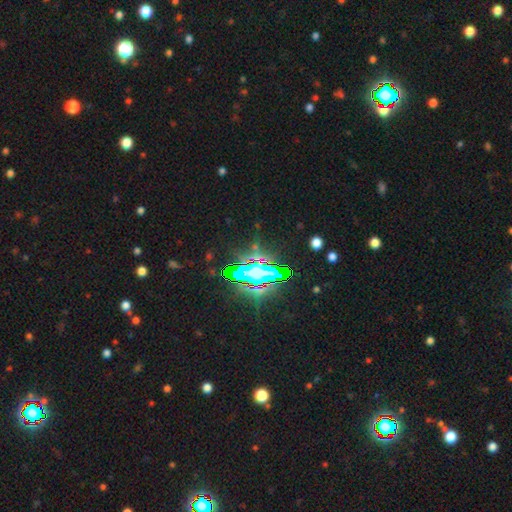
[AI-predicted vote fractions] This appears to be a star or artifact, not a galaxy (74%).